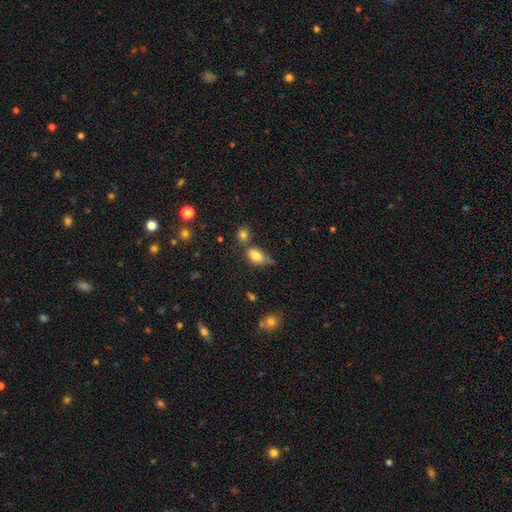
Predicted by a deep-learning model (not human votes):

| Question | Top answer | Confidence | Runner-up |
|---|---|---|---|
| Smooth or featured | smooth | 80% | featured or disk (10%) |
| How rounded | in between | 84% | round (13%) |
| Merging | none | 44% | minor disturbance (26%) |